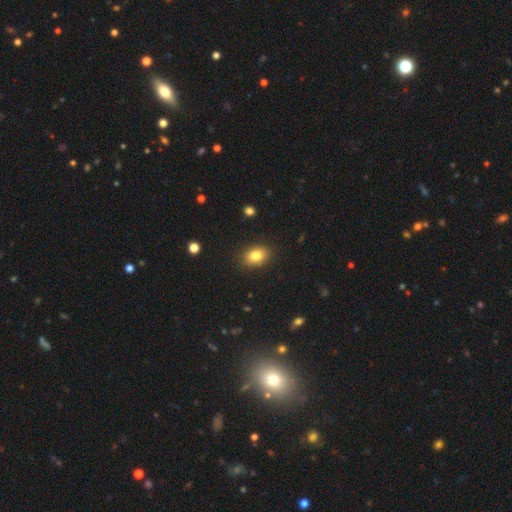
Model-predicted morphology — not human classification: Q: Smooth or featured?
A: smooth (83%); runner-up: star or artifact (10%)
Q: How rounded?
A: in between (73%); runner-up: round (26%)
Q: Merging?
A: none (87%); runner-up: minor disturbance (9%)